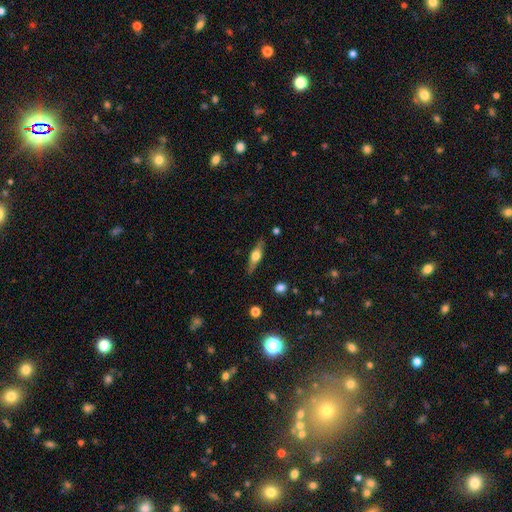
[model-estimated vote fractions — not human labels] Q: Smooth or featured?
A: featured or disk (57%); runner-up: smooth (37%)
Q: Edge-on disk?
A: yes (94%); runner-up: no (6%)
Q: Edge-on bulge?
A: rounded (91%); runner-up: boxy (7%)
Q: Merging?
A: none (84%); runner-up: minor disturbance (12%)